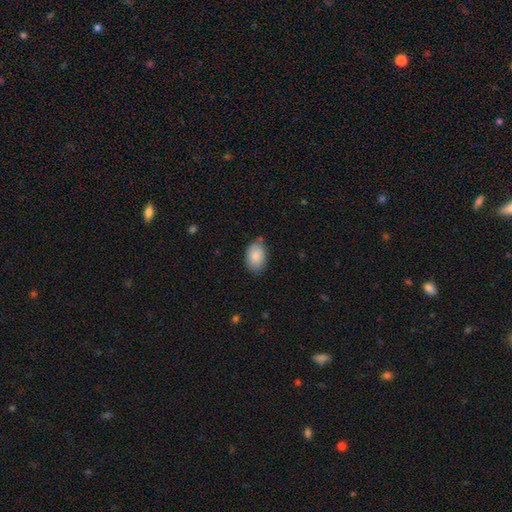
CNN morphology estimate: The model was most divided on "merging": none: 76%, minor disturbance: 19%, major disturbance: 3%, merger: 2%. More confident: how rounded — in between (88%); smooth or featured — smooth (85%).